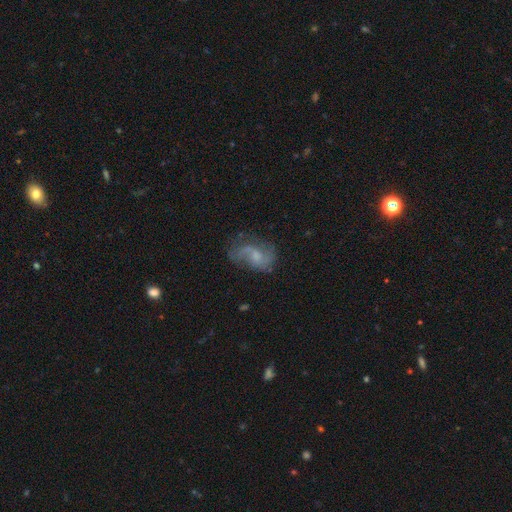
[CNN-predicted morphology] featured or disk 68%, smooth 24%, star or artifact 9%. Down the decision tree: edge-on disk — no (97%); bar — no (55%); spiral arms — yes (86%); spiral arm count — 2 (75%); spiral winding — loose (52%); bulge size — small (43%); merging — none (55%).